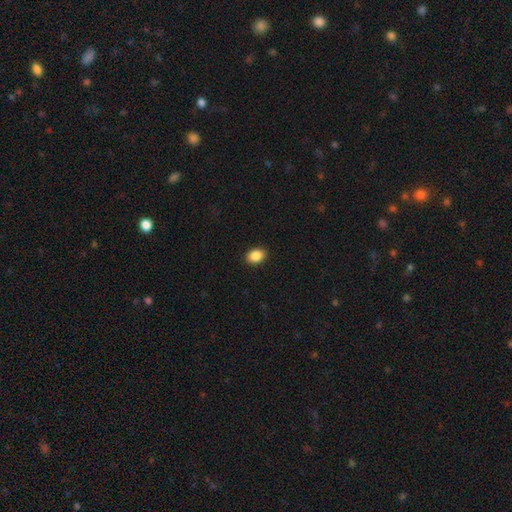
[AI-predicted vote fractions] Smooth or featured? smooth (89%)
How rounded? in between (76%)
Merging? none (91%)